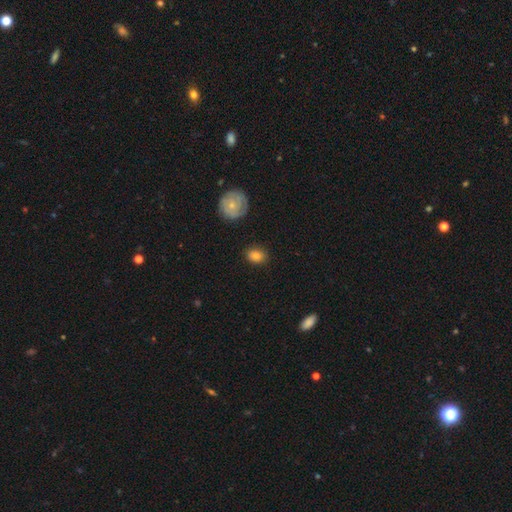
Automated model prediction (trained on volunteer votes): Smooth or featured: smooth — 79% (featured or disk — 13%)
How rounded: in between — 61% (round — 38%)
Merging: none — 84% (minor disturbance — 12%)